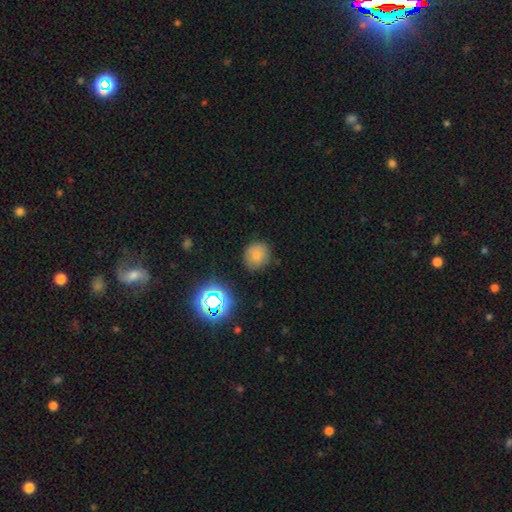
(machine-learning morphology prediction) Q: Smooth or featured?
A: smooth (73%); runner-up: star or artifact (17%)
Q: How rounded?
A: round (82%); runner-up: in between (17%)
Q: Merging?
A: none (83%); runner-up: minor disturbance (12%)